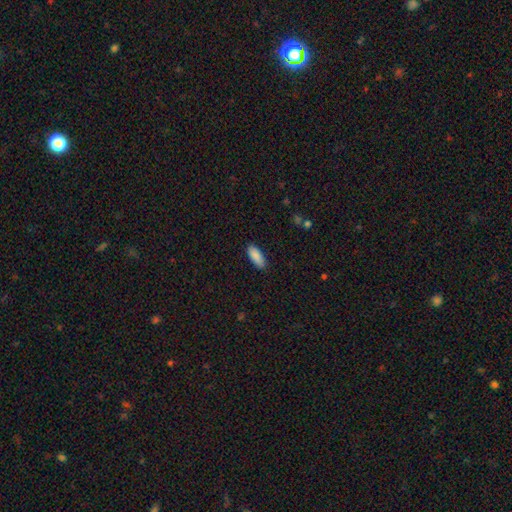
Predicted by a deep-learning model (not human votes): A smooth galaxy with no disk features (89%) that is in between round and cigar-shaped (77%). Merging: none (87%).